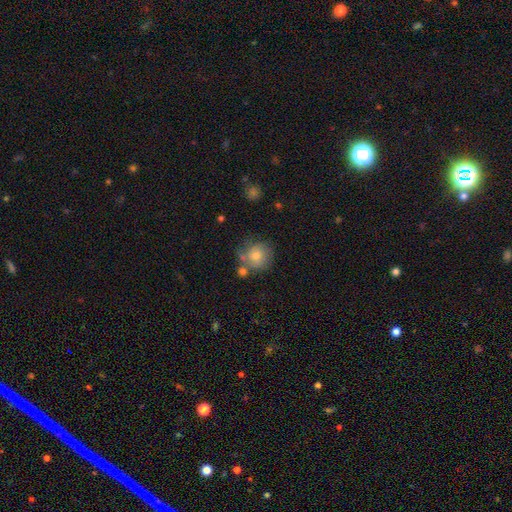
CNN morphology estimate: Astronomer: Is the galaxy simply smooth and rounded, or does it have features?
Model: smooth — 64%.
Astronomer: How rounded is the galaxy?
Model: round — 87%.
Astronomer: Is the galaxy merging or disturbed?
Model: none — 59%.